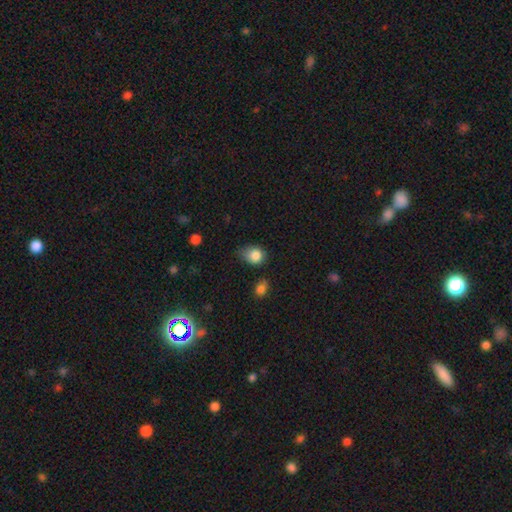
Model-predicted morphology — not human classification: smooth 83%, star or artifact 10%, featured or disk 7%. Down the decision tree: how rounded — round (57%); merging — none (46%).